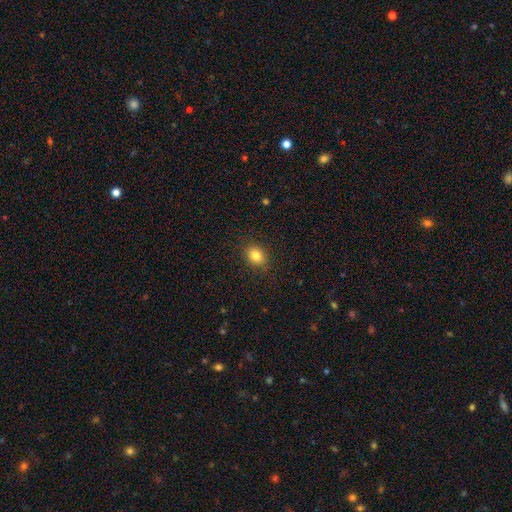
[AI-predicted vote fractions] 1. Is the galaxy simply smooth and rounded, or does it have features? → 83% smooth, 11% star or artifact, 7% featured or disk.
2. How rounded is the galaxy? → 57% in between, 42% round, 1% cigar-shaped.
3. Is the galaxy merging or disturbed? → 88% none, 9% minor disturbance, 2% major disturbance, 1% merger.